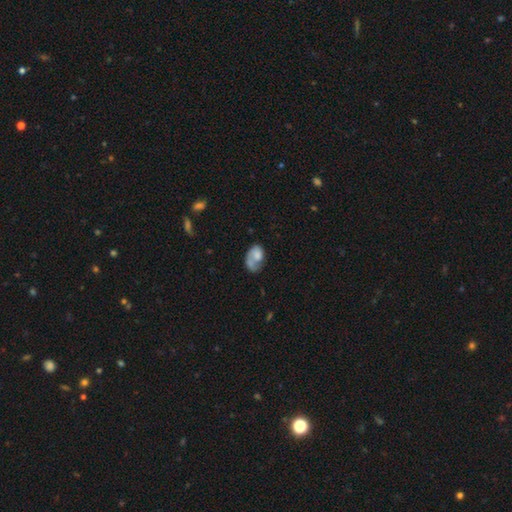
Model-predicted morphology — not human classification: This appears to be a smooth galaxy with no disk features (53%) that is in between round and cigar-shaped (81%). Merging: none (31%).